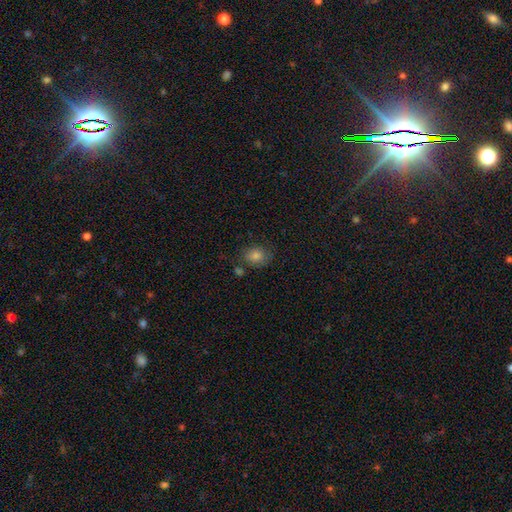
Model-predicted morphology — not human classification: This appears to be a smooth galaxy with no disk features (74%) that is round (52%). Merging: none (73%).